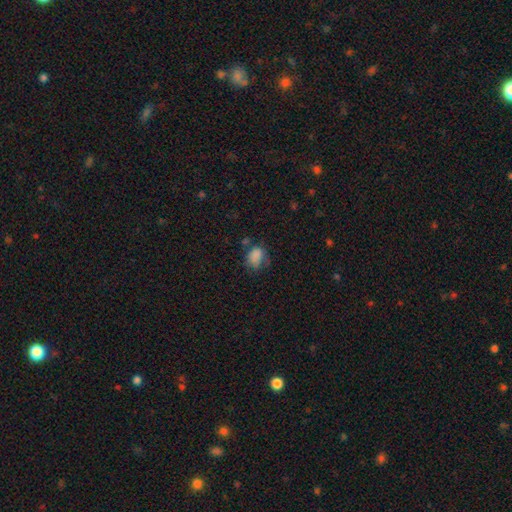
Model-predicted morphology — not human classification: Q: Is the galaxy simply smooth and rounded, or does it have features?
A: smooth — 80%.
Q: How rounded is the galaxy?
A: in between — 62%.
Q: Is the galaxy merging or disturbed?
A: none — 46%.